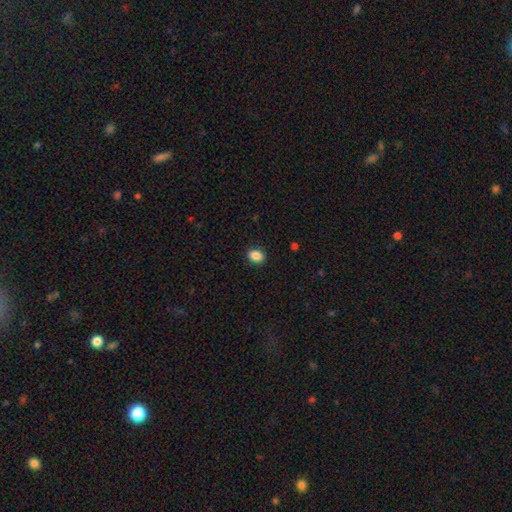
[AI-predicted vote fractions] smooth_or_featured: smooth (p=0.88) [alt: star or artifact p=0.09]
how_rounded: in between (p=0.72) [alt: round p=0.27]
merging: none (p=0.89) [alt: minor disturbance p=0.08]